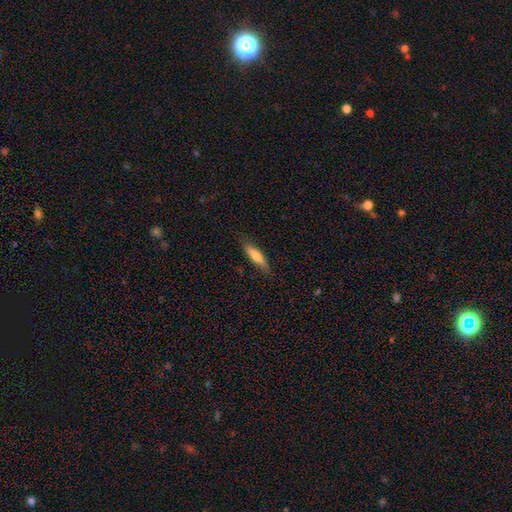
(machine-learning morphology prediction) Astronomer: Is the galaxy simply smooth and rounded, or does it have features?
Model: smooth — 73%.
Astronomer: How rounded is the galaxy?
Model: cigar-shaped — 69%.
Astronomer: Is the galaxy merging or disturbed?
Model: none — 80%.